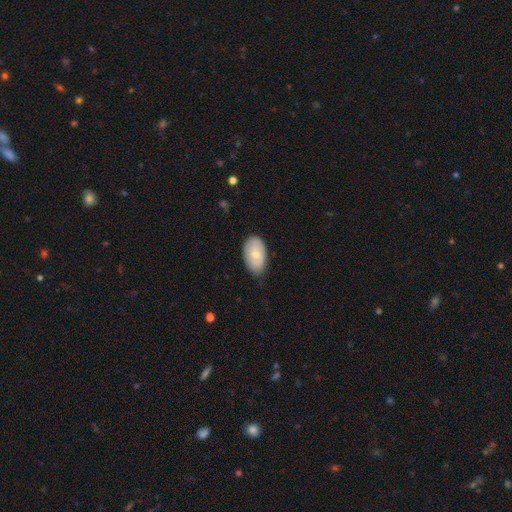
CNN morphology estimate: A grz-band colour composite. It shows a smooth galaxy with no disk features (67%) that is in between round and cigar-shaped (93%). Merging: none (75%).